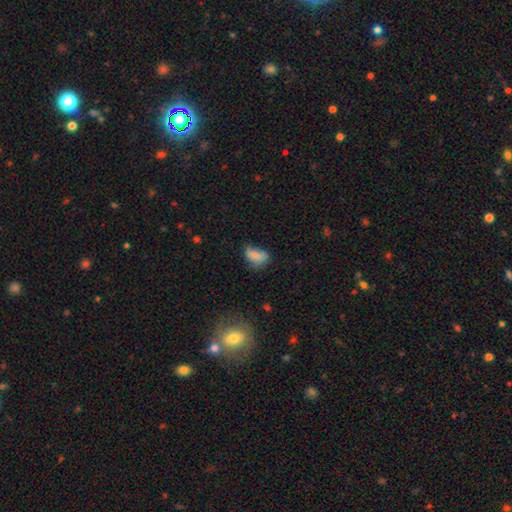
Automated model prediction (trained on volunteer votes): Smooth or featured?
  - smooth: 76% *
  - featured or disk: 13%
  - star or artifact: 12%
How rounded?
  - in between: 86% *
  - round: 11%
  - cigar-shaped: 3%
Merging?
  - none: 38% *
  - minor disturbance: 36%
  - major disturbance: 21%
  - merger: 6%